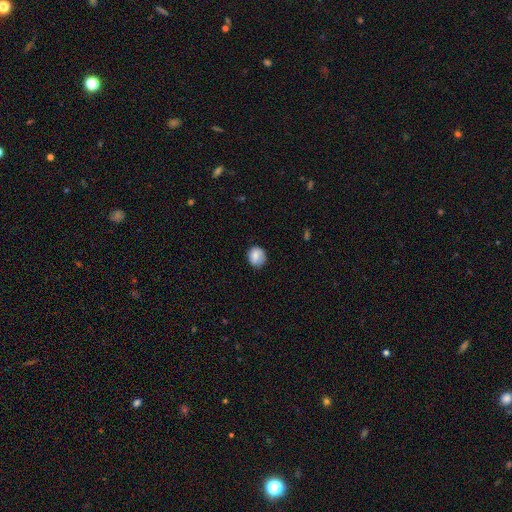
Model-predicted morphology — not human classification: smooth-or-featured: smooth: 81% | featured or disk: 11% | star or artifact: 8%
  how-rounded: round: 77% | in between: 22% | cigar-shaped: 1%
  merging: none: 78% | minor disturbance: 17% | major disturbance: 4% | merger: 1%